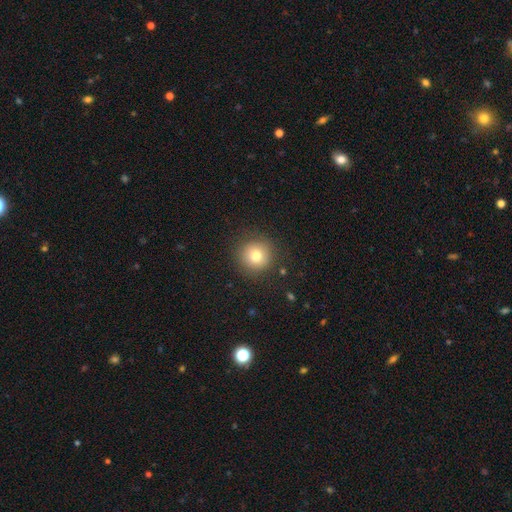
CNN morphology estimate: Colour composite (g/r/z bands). It shows a smooth galaxy with no disk features (78%) that is round (94%). Merging: none (89%).